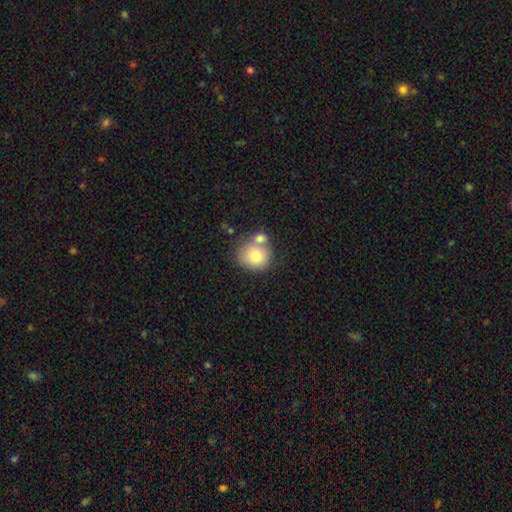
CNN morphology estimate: The model was most divided on "merging": none: 47%, merger: 38%, minor disturbance: 12%, major disturbance: 4%. More confident: how rounded — round (80%); smooth or featured — smooth (75%).